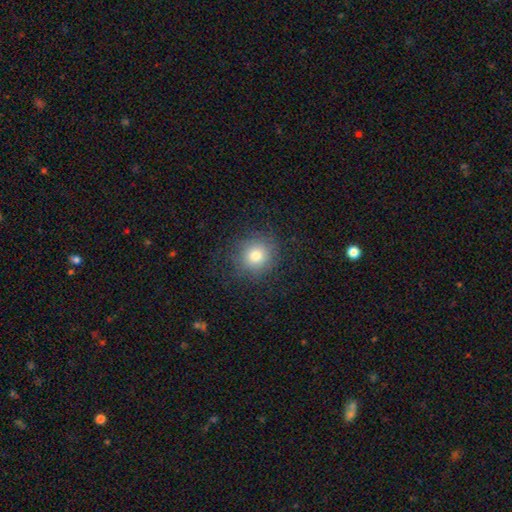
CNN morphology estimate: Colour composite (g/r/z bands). It shows a smooth galaxy with no disk features (76%) that is round (90%). Merging: none (81%).